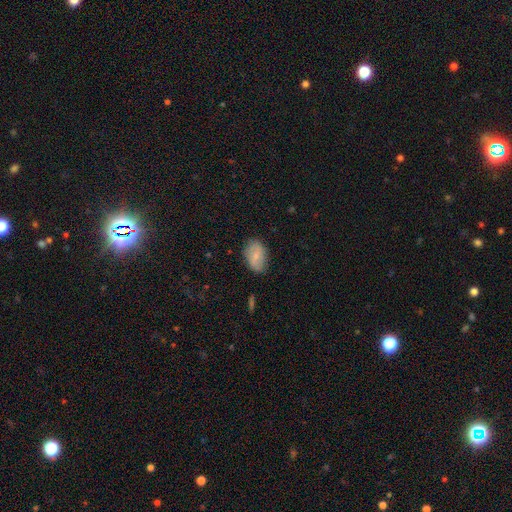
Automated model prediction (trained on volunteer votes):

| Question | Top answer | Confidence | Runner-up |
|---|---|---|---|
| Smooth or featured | smooth | 67% | featured or disk (26%) |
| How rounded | in between | 89% | round (10%) |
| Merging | none | 79% | minor disturbance (16%) |